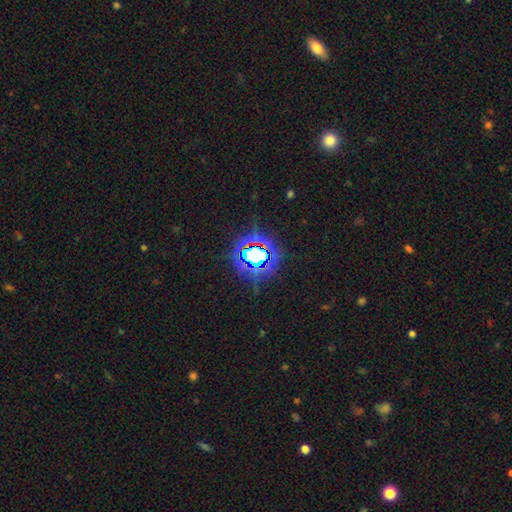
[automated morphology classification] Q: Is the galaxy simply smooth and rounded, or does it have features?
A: star or artifact — 72%.